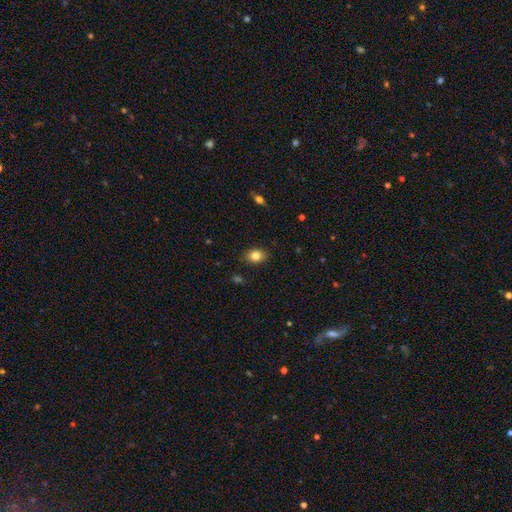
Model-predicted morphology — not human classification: Smooth or featured? Predicted: smooth (p=0.83). How rounded? Predicted: in between (p=0.69). Merging? Predicted: none (p=0.87).